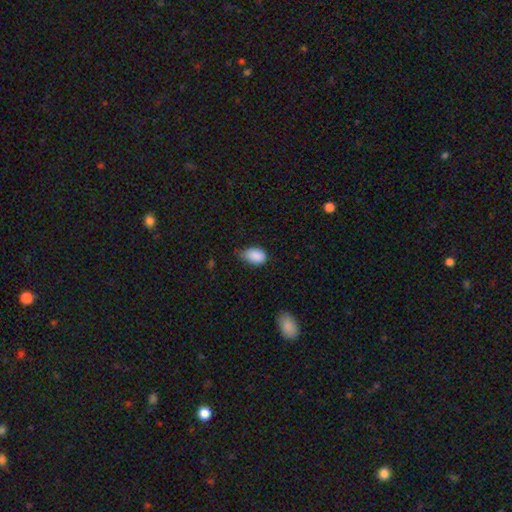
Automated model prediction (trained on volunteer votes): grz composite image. It shows a smooth galaxy with no disk features (88%) that is in between round and cigar-shaped (85%). Merging: none (46%).